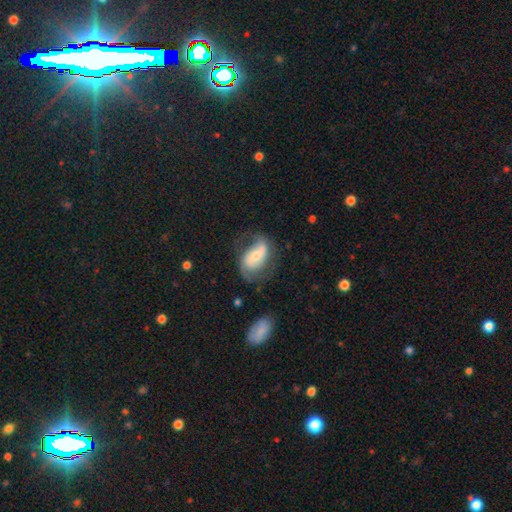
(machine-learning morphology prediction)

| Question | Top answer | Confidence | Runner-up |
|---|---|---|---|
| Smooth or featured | featured or disk | 70% | smooth (24%) |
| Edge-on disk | no | 96% | yes (4%) |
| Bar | weak | 37% | no (35%) |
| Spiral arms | yes | 88% | no (12%) |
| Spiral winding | loose | 42% | medium (40%) |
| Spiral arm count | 2 | 82% | can't tell (8%) |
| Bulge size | moderate | 46% | small (45%) |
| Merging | none | 58% | minor disturbance (23%) |